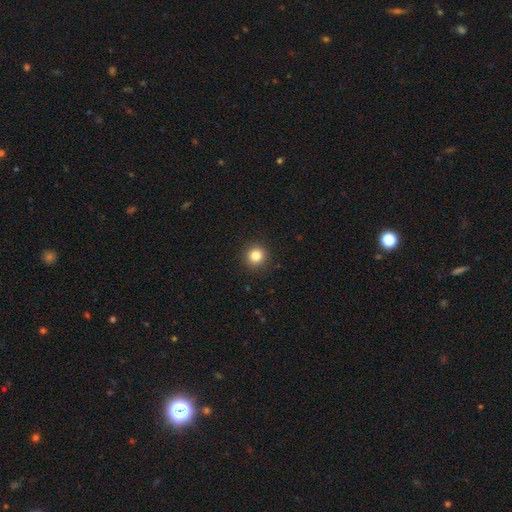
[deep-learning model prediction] Smooth or featured?
  - smooth: 83% *
  - star or artifact: 11%
  - featured or disk: 5%
How rounded?
  - round: 93% *
  - in between: 6%
  - cigar-shaped: 1%
Merging?
  - none: 92% *
  - minor disturbance: 5%
  - major disturbance: 2%
  - merger: 1%